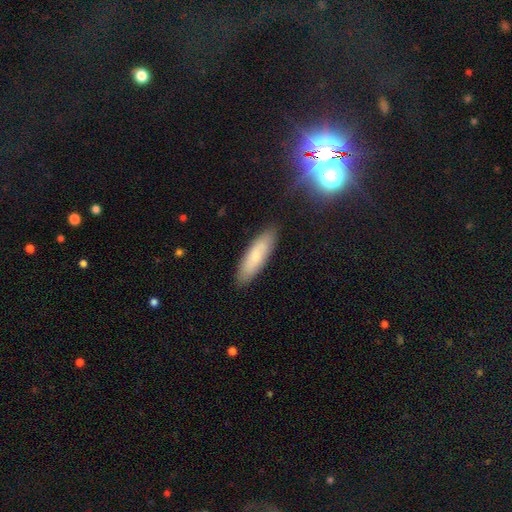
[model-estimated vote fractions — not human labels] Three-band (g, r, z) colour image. It shows a smooth galaxy with no disk features (78%) that is cigar-shaped (58%). Merging: none (88%).